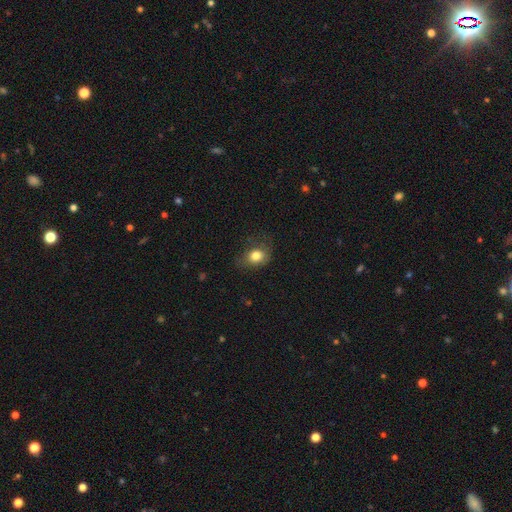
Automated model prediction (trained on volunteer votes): smooth-or-featured: smooth: 79% | featured or disk: 10% | star or artifact: 10%
  how-rounded: in between: 54% | round: 44% | cigar-shaped: 1%
  merging: none: 58% | minor disturbance: 27% | major disturbance: 14% | merger: 1%